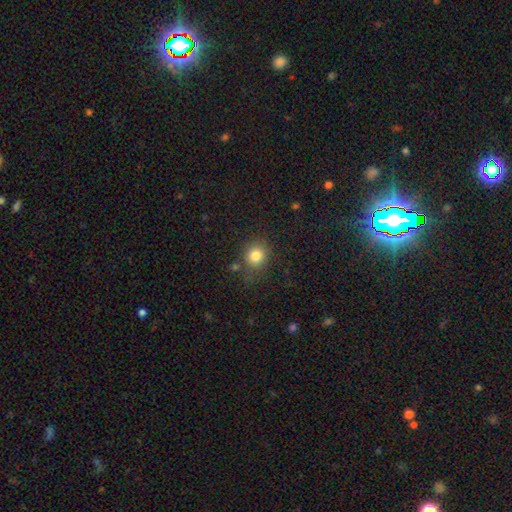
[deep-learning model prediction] smooth 82%, star or artifact 12%, featured or disk 6%. Down the decision tree: how rounded — round (78%); merging — none (77%).